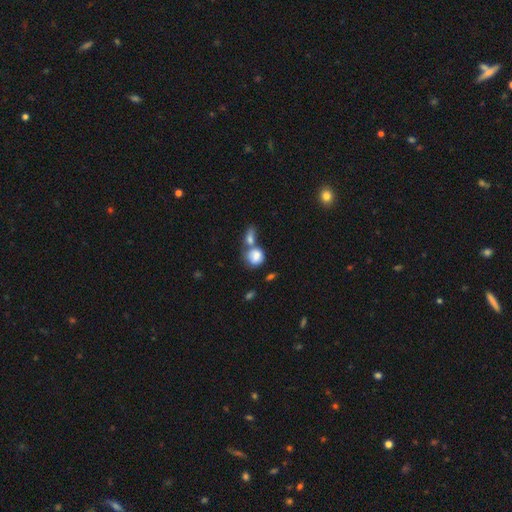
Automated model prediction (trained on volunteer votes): A smooth galaxy with no disk features (80%) that is round (67%).

Vote fractions:
- Smooth or featured? smooth: 80% / featured or disk: 12% / star or artifact: 8%
- How rounded? round: 67% / in between: 32% / cigar-shaped: 2%
- Merging? merger: 54% / none: 29% / minor disturbance: 11% / major disturbance: 6%